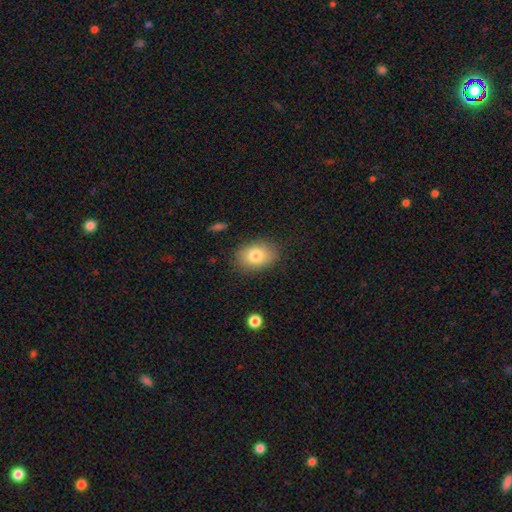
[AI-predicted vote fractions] This is likely a smooth galaxy (79%). How rounded: likely in between (75%). Merging: clearly none (85%).